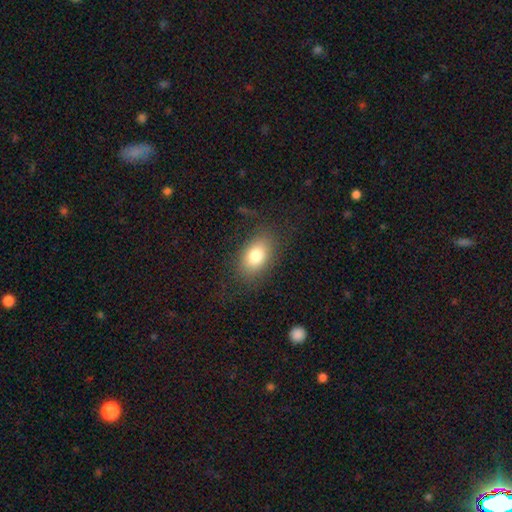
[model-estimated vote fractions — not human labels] Q: Smooth or featured?
A: smooth (79%); runner-up: featured or disk (12%)
Q: How rounded?
A: in between (86%); runner-up: round (13%)
Q: Merging?
A: none (78%); runner-up: minor disturbance (13%)